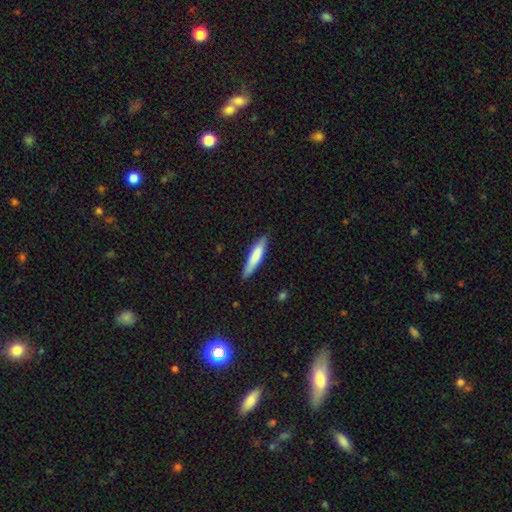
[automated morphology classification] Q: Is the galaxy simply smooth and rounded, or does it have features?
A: smooth — 77%.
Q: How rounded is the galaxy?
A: cigar-shaped — 84%.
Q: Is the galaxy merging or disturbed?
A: none — 83%.